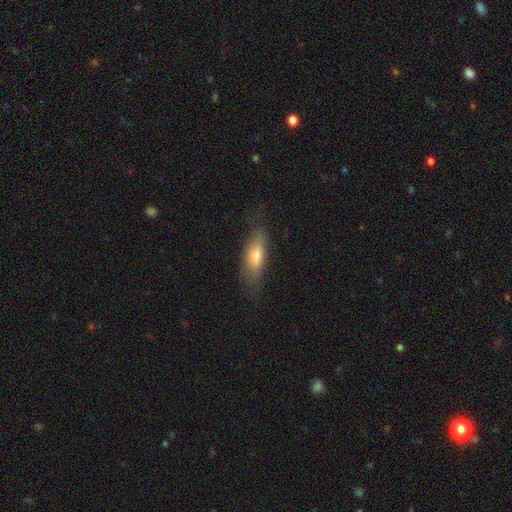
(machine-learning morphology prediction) smooth 67%, featured or disk 26%, star or artifact 7%. Down the decision tree: how rounded — in between (56%); merging — none (68%).